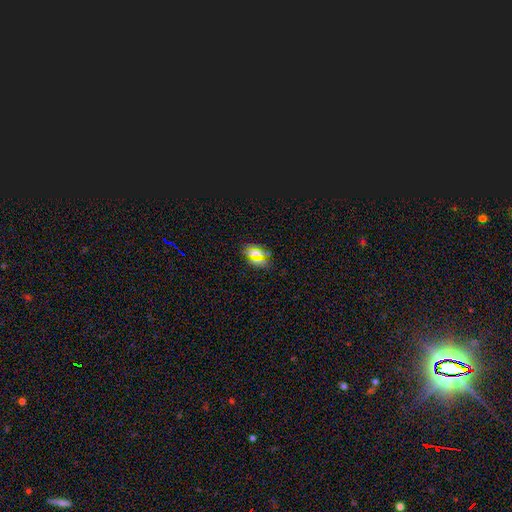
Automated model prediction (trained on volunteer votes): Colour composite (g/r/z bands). It shows a smooth galaxy with no disk features (59%) that is in between round and cigar-shaped (71%). Merging: none (80%).